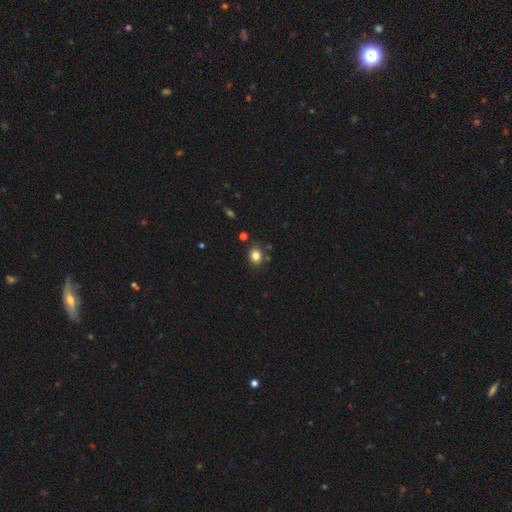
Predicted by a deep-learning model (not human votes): Morphology: type=smooth (82%); roundness=in between (54%); merging=none (80%).